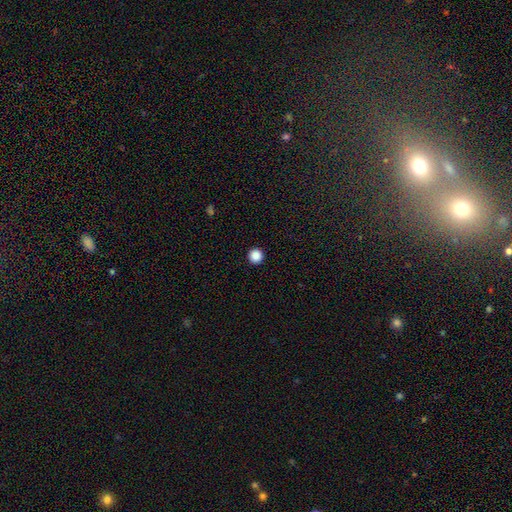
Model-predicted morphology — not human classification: A smooth galaxy with no disk features (88%) that is round (96%).

Vote fractions:
- Smooth or featured? smooth: 88% / star or artifact: 10% / featured or disk: 2%
- How rounded? round: 96% / in between: 3% / cigar-shaped: 1%
- Merging? none: 94% / minor disturbance: 4% / major disturbance: 1% / merger: 1%